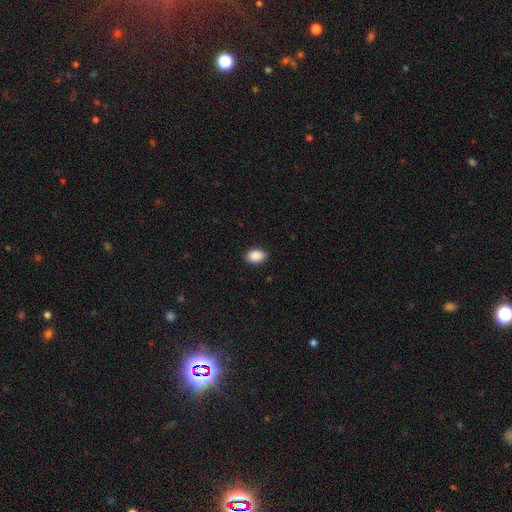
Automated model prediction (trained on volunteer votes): smooth 90%, star or artifact 7%, featured or disk 3%. Down the decision tree: how rounded — in between (86%); merging — none (91%).